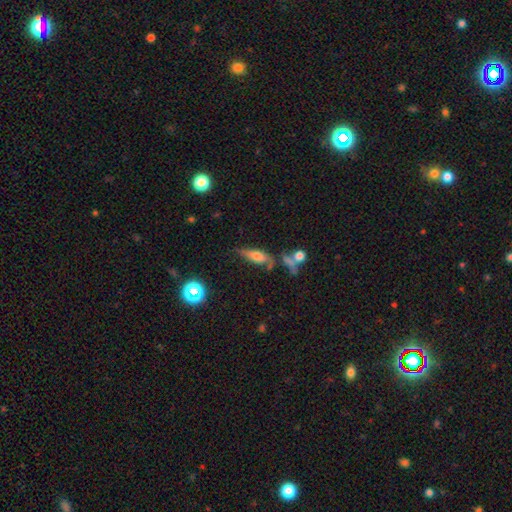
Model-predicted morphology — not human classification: smooth-or-featured: smooth: 47% | featured or disk: 41% | star or artifact: 12%
  merging: none: 45% | minor disturbance: 23% | merger: 17% | major disturbance: 14%